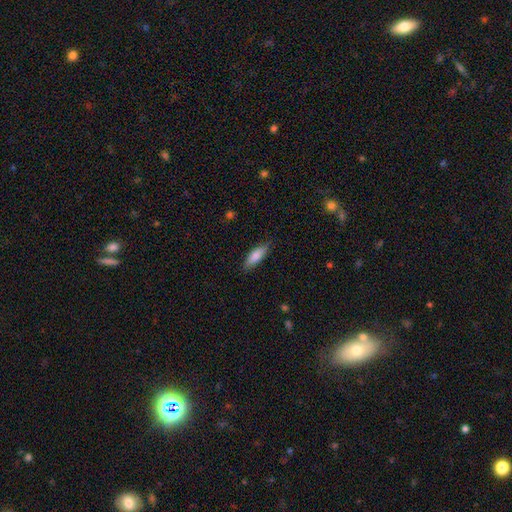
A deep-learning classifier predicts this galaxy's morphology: smooth_or_featured: smooth (p=0.82) [alt: featured or disk p=0.13]
how_rounded: in between (p=0.54) [alt: cigar-shaped p=0.44]
merging: none (p=0.84) [alt: minor disturbance p=0.13]